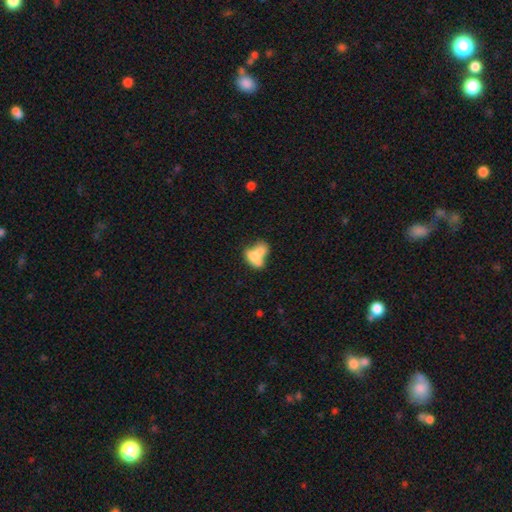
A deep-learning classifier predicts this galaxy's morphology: type=smooth (69%); roundness=in between (83%); merging=merger (69%).